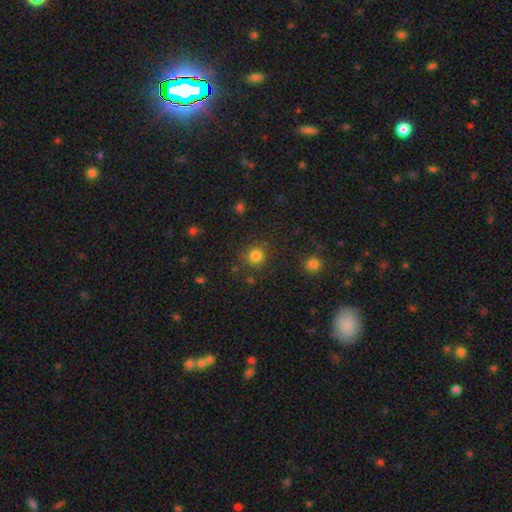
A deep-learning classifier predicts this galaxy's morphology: Smooth or featured: smooth — 83% (star or artifact — 13%)
How rounded: round — 92% (in between — 7%)
Merging: none — 84% (minor disturbance — 9%)